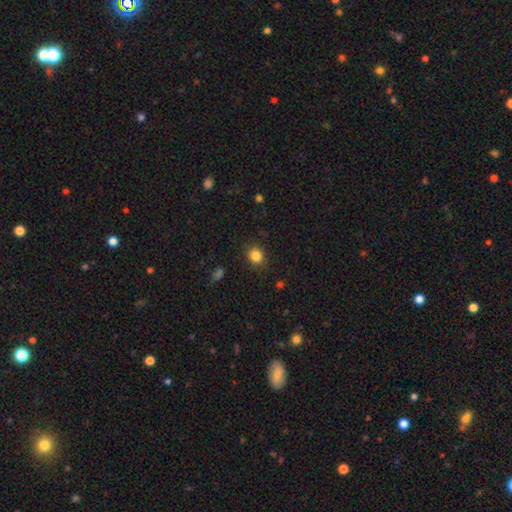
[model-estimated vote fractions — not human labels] This appears to be a smooth galaxy with no disk features (85%) that is round (75%). Merging: none (87%).